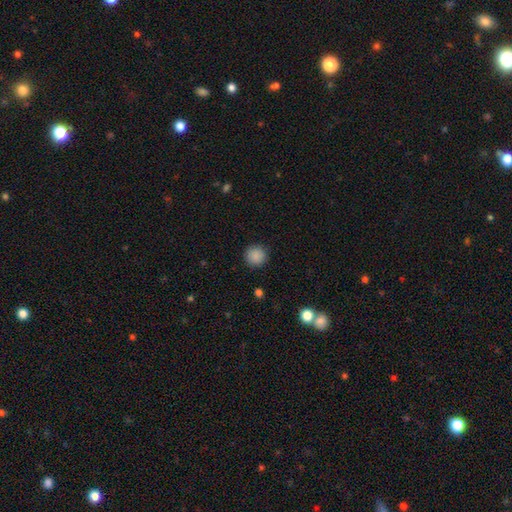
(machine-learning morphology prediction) This is clearly a smooth galaxy (88%). How rounded: clearly round (95%). Merging: clearly none (91%).